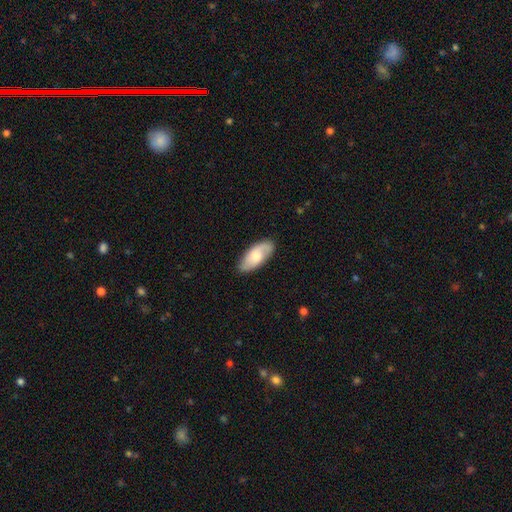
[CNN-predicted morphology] type=smooth (52%); roundness=in between (89%); merging=none (82%).